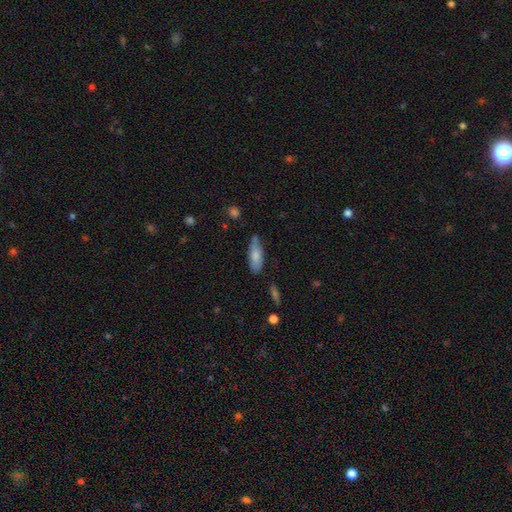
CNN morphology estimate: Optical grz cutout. It shows a smooth galaxy with no disk features (75%) that is in between round and cigar-shaped (66%). Merging: none (58%).